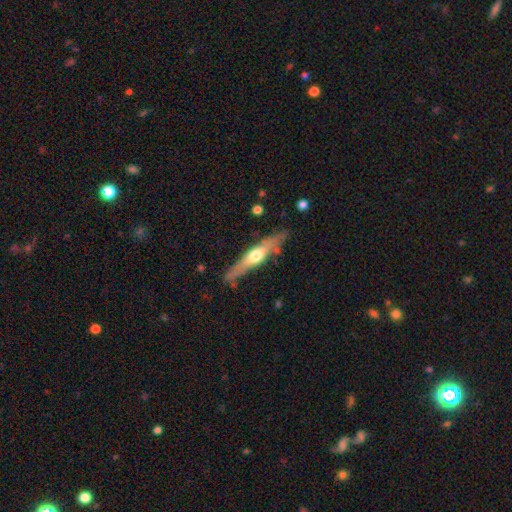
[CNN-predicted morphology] Smooth or featured? featured or disk (62%)
Edge-on disk? yes (92%)
Edge-on bulge? rounded (90%)
Merging? none (80%)